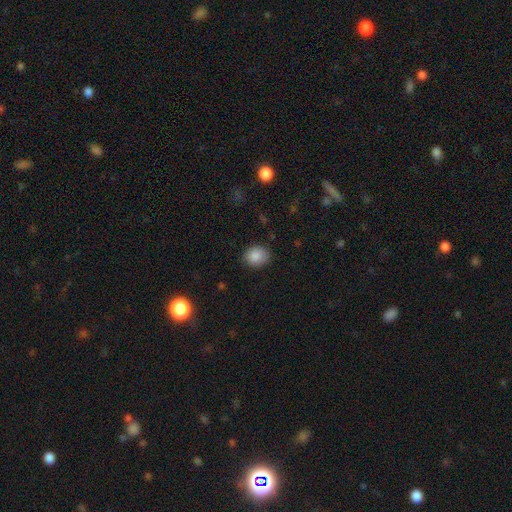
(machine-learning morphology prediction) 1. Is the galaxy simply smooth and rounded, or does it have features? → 87% smooth, 9% star or artifact, 4% featured or disk.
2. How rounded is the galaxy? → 62% round, 37% in between, 1% cigar-shaped.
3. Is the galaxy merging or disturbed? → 83% none, 13% minor disturbance, 3% major disturbance, 1% merger.